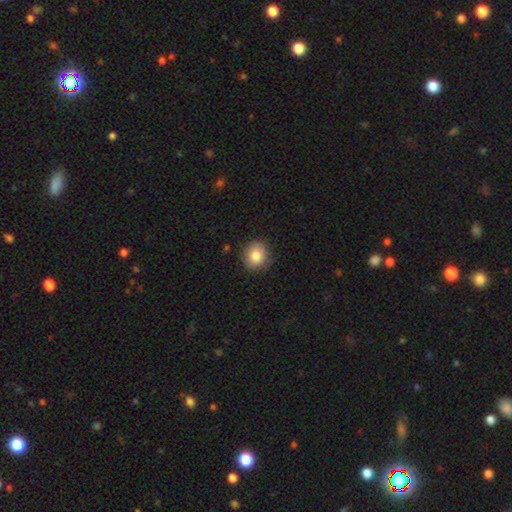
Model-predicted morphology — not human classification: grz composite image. It shows a smooth galaxy with no disk features (85%) that is round (82%). Merging: none (86%).